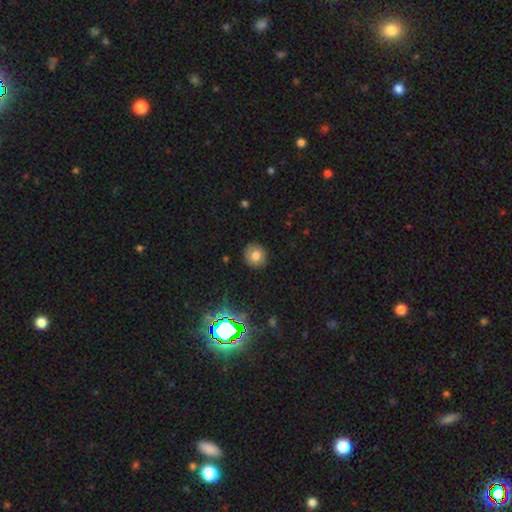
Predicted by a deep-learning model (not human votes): Smooth or featured: smooth — 74% (star or artifact — 14%)
How rounded: round — 88% (in between — 11%)
Merging: none — 87% (minor disturbance — 10%)